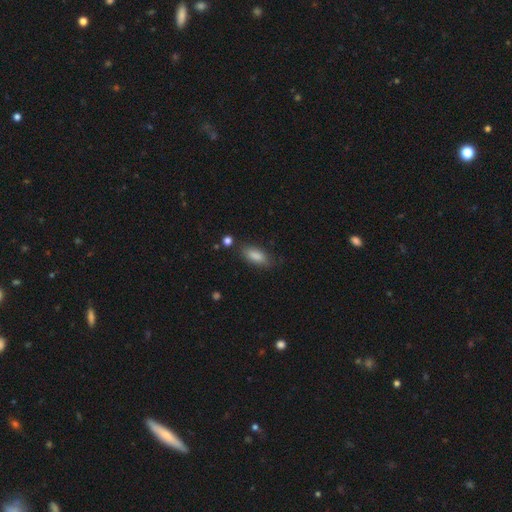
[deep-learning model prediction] Morphology: type=smooth (85%); roundness=in between (78%); merging=none (77%).